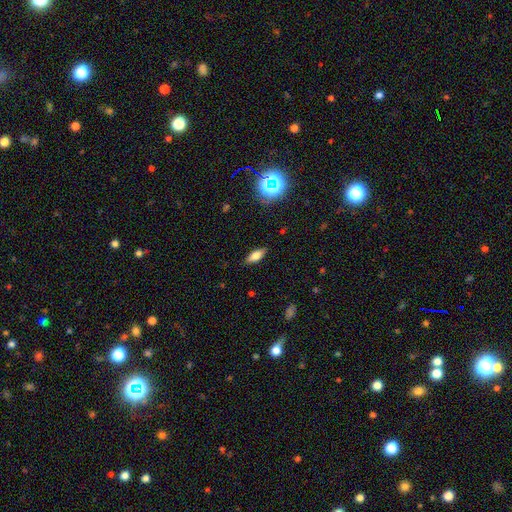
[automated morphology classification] This is likely a smooth galaxy (70%). How rounded: likely in between (74%). Merging: clearly none (87%).